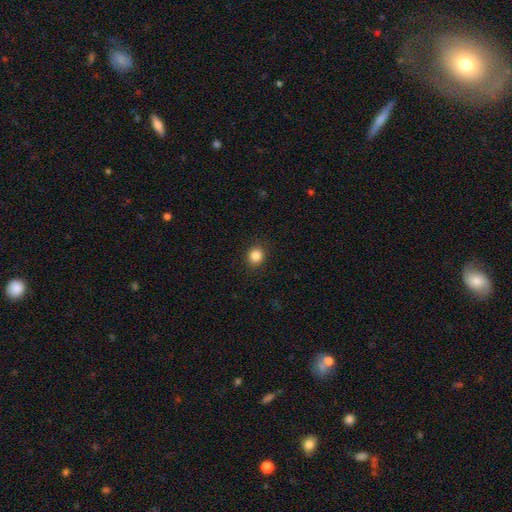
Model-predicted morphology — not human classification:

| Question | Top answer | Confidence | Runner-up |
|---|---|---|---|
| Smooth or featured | smooth | 85% | star or artifact (11%) |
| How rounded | round | 76% | in between (23%) |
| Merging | none | 90% | minor disturbance (7%) |